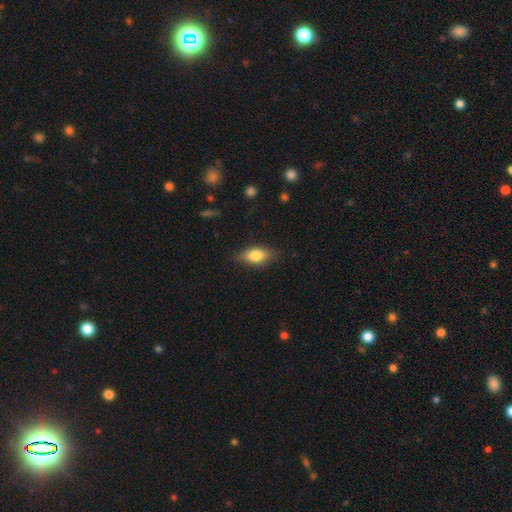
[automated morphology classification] Smooth or featured? smooth (79%)
How rounded? in between (84%)
Merging? none (79%)